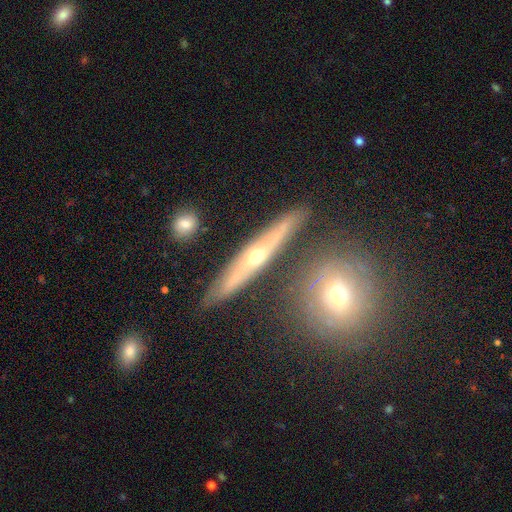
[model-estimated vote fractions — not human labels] Q: Smooth or featured?
A: featured or disk (72%); runner-up: smooth (18%)
Q: Edge-on disk?
A: yes (88%); runner-up: no (12%)
Q: Edge-on bulge?
A: rounded (85%); runner-up: none (12%)
Q: Merging?
A: none (83%); runner-up: minor disturbance (9%)